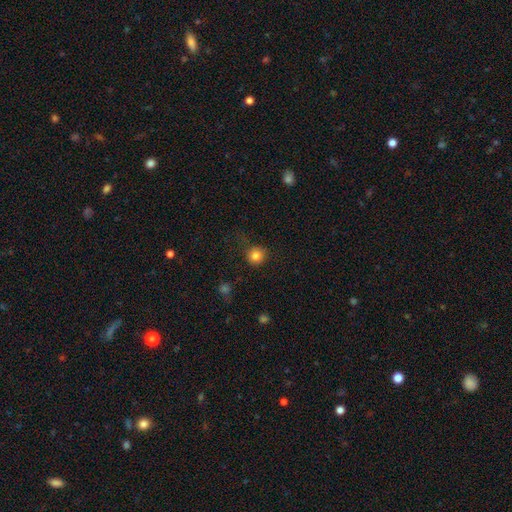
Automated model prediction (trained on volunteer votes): Smooth or featured? Predicted: smooth (p=0.82). How rounded? Predicted: round (p=0.93). Merging? Predicted: none (p=0.80).